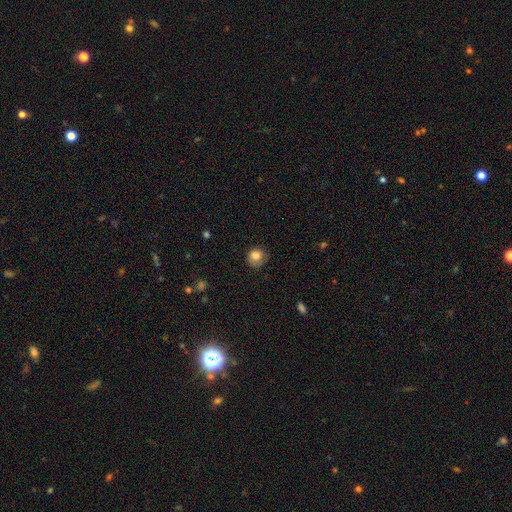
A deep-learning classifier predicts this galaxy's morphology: Overall: smooth (79%). How rounded: round (83%). Merging: none (66%).